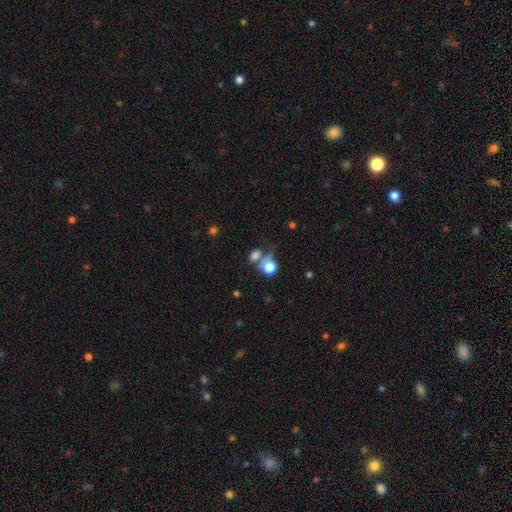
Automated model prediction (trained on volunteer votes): Smooth or featured? Predicted: smooth (p=0.51). How rounded? Predicted: round (p=0.81). Merging? Predicted: none (p=0.48).